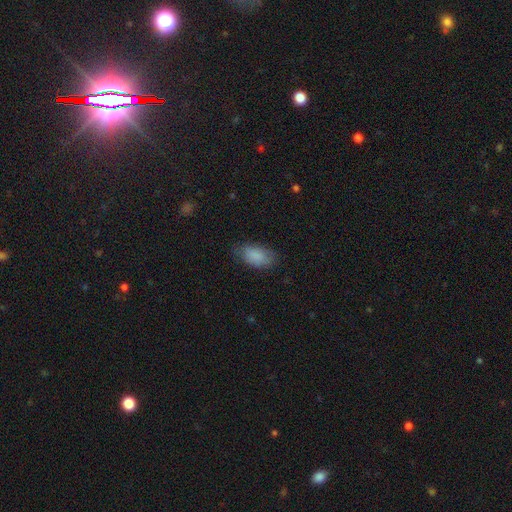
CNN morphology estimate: The model was most divided on "merging": none: 71%, minor disturbance: 23%, major disturbance: 6%, merger: 1%. More confident: how rounded — in between (93%); smooth or featured — smooth (86%).